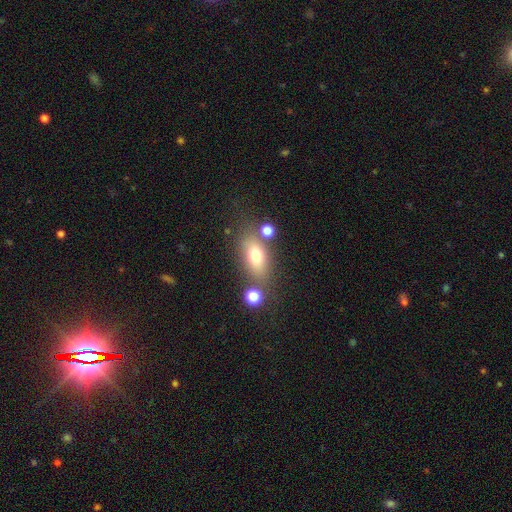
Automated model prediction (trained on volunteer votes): smooth-or-featured: smooth: 71% | featured or disk: 18% | star or artifact: 11%
  how-rounded: in between: 77% | round: 14% | cigar-shaped: 8%
  merging: none: 68% | minor disturbance: 15% | merger: 10% | major disturbance: 6%